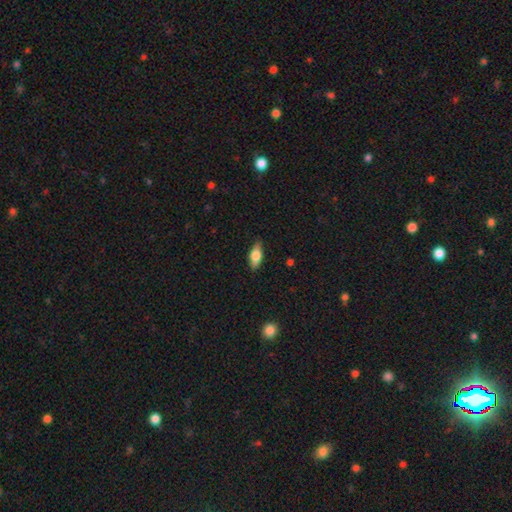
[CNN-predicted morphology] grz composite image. It shows a smooth galaxy with no disk features (65%) that is in between round and cigar-shaped (77%). Merging: none (85%).